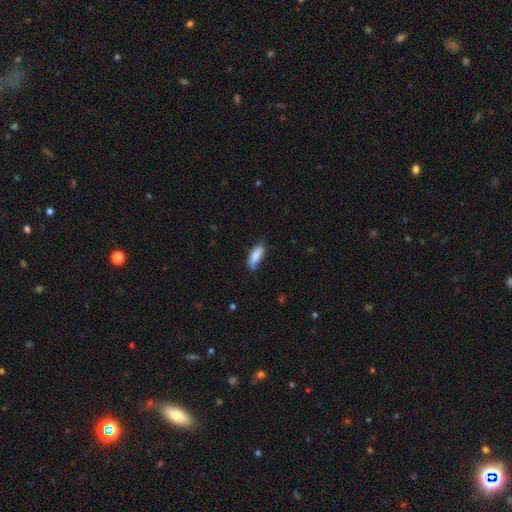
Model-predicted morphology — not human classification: Overall: smooth (83%). How rounded: in between (66%; cigar-shaped 32%). Merging: none (68%).